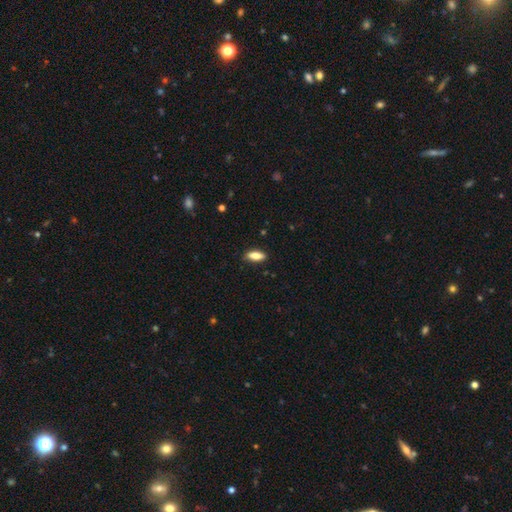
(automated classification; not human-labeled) Morphology: type=smooth (81%); roundness=in between (71%); merging=none (86%).